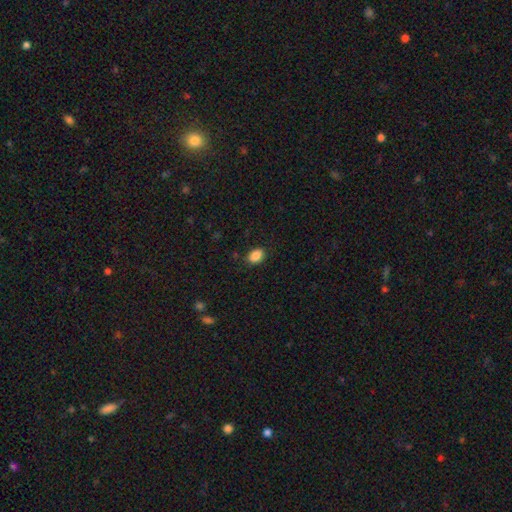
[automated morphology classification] type=smooth (88%); roundness=in between (79%); merging=none (86%).